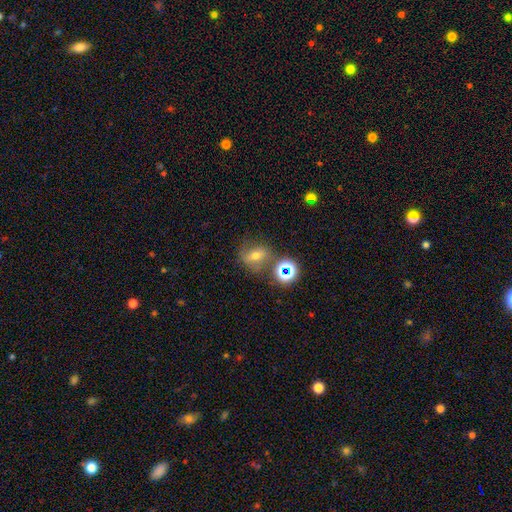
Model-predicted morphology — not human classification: smooth-or-featured: star or artifact: 37% | smooth: 32% | featured or disk: 31%